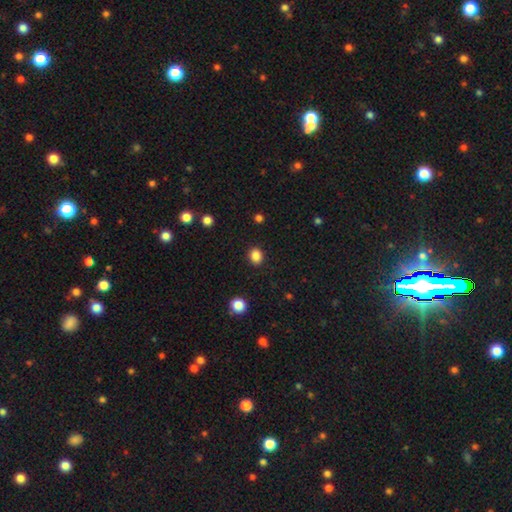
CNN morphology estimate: Smooth or featured?
  - smooth: 86% *
  - star or artifact: 11%
  - featured or disk: 3%
How rounded?
  - round: 66% *
  - in between: 33%
  - cigar-shaped: 1%
Merging?
  - none: 90% *
  - minor disturbance: 7%
  - major disturbance: 2%
  - merger: 1%